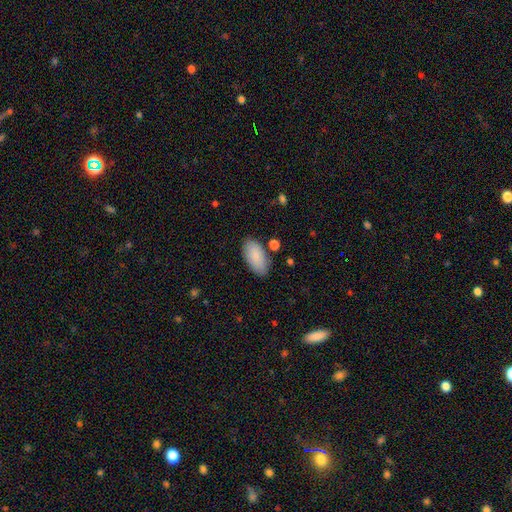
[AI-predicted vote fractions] A smooth galaxy with no disk features (88%) that is in between round and cigar-shaped (94%).

Vote fractions:
- Smooth or featured? smooth: 88% / star or artifact: 6% / featured or disk: 5%
- How rounded? in between: 94% / cigar-shaped: 4% / round: 2%
- Merging? none: 81% / minor disturbance: 13% / merger: 3% / major disturbance: 3%